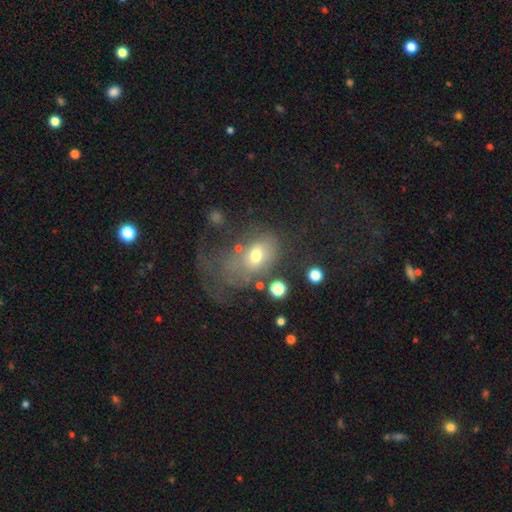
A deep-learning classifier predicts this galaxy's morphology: Smooth or featured? smooth (60%)
How rounded? in between (69%)
Merging? major disturbance (50%)